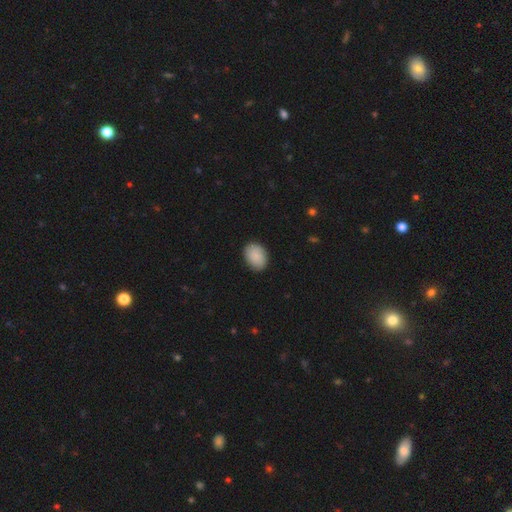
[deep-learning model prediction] A smooth galaxy with no disk features (86%) that is in between round and cigar-shaped (68%). Merging: none (85%).